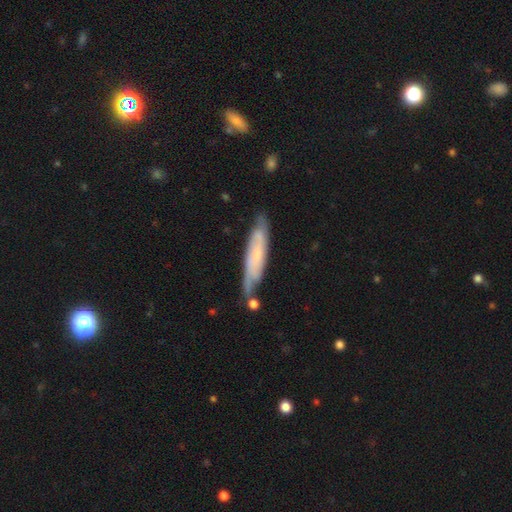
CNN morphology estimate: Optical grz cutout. It shows a featured or disk galaxy (53%). Merging: none (70%).